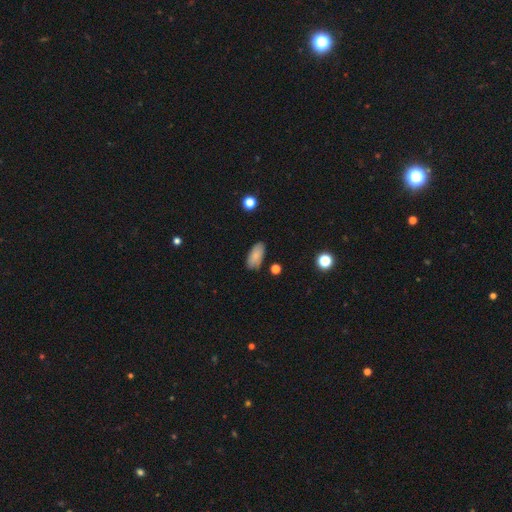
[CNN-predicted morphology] This is clearly a smooth galaxy (85%). How rounded: clearly in between (90%). Merging: clearly none (82%).